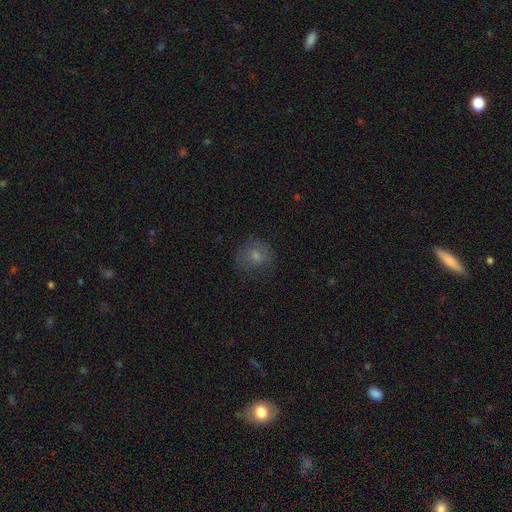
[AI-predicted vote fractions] smooth 68%, featured or disk 20%, star or artifact 12%. Down the decision tree: how rounded — round (79%); merging — none (66%).